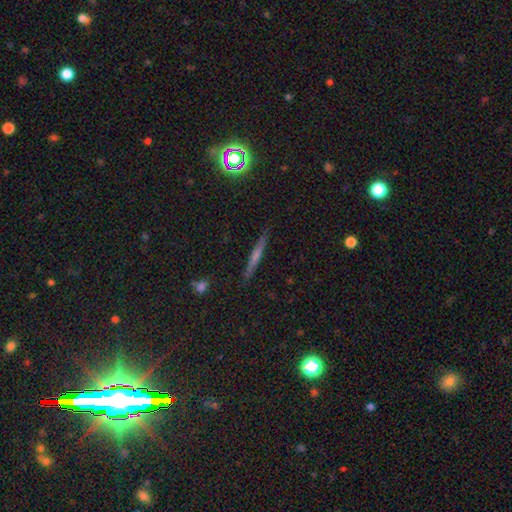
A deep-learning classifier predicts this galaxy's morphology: Smooth or featured?
  - featured or disk: 50% *
  - smooth: 36%
  - star or artifact: 15%
Merging?
  - none: 90% *
  - minor disturbance: 7%
  - major disturbance: 2%
  - merger: 1%